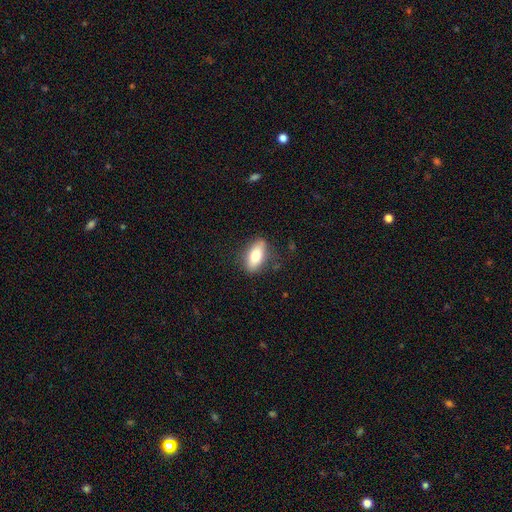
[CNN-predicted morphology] A smooth galaxy with no disk features (73%) that is in between round and cigar-shaped (82%).

Vote fractions:
- Smooth or featured? smooth: 73% / featured or disk: 20% / star or artifact: 7%
- How rounded? in between: 82% / cigar-shaped: 13% / round: 5%
- Merging? none: 83% / minor disturbance: 13% / major disturbance: 3% / merger: 1%